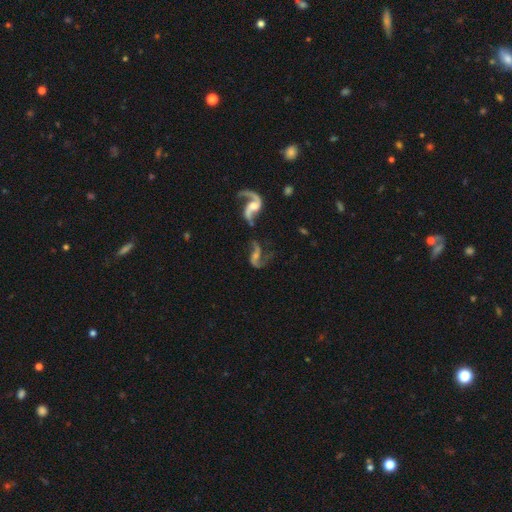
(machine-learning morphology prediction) Smooth or featured: featured or disk — 81% (smooth — 10%)
Edge-on disk: no — 96% (yes — 4%)
Bar: no — 42% (weak — 41%)
Spiral arms: yes — 91% (no — 9%)
Spiral winding: loose — 78% (medium — 18%)
Spiral arm count: 2 — 82% (1 — 12%)
Bulge size: small — 44% (moderate — 32%)
Merging: none — 33% (merger — 28%)